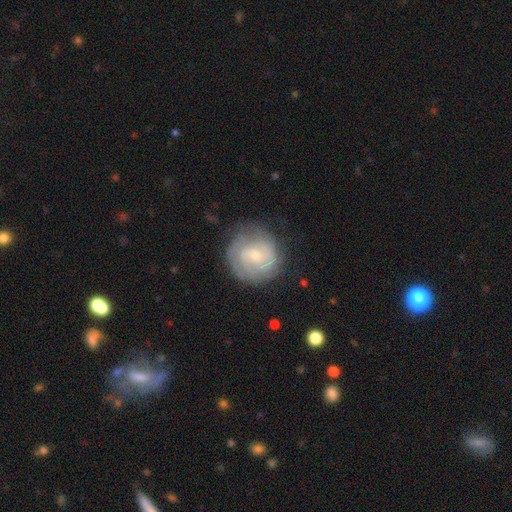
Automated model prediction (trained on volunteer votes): featured or disk 69%, smooth 25%, star or artifact 6%. Down the decision tree: edge-on disk — no (98%); bar — no (57%); spiral arms — yes (87%); spiral arm count — can't tell (39%); spiral winding — tight (65%); bulge size — small (67%); merging — none (73%).